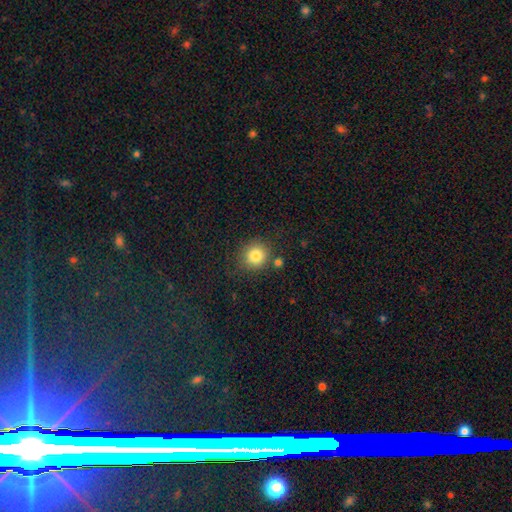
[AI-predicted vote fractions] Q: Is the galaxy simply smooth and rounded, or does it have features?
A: smooth — 82%.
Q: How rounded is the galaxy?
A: round — 90%.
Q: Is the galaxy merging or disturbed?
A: none — 81%.